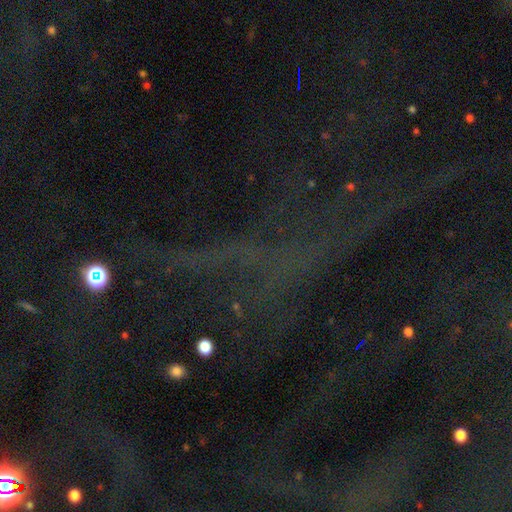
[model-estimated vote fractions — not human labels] Smooth or featured?
  - star or artifact: 77% *
  - featured or disk: 12%
  - smooth: 12%